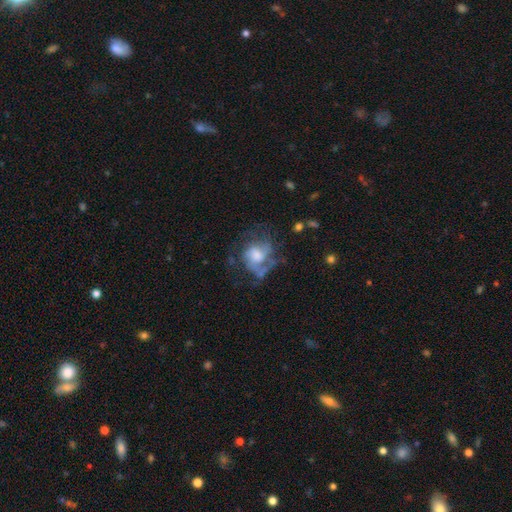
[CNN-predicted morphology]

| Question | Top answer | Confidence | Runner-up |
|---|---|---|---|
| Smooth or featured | featured or disk | 69% | smooth (21%) |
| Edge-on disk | no | 97% | yes (3%) |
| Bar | no | 67% | weak (28%) |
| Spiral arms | yes | 81% | no (19%) |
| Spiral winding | medium | 43% | tight (33%) |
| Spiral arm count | can't tell | 33% | 2 (27%) |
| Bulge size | moderate | 44% | large (28%) |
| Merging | none | 47% | major disturbance (29%) |